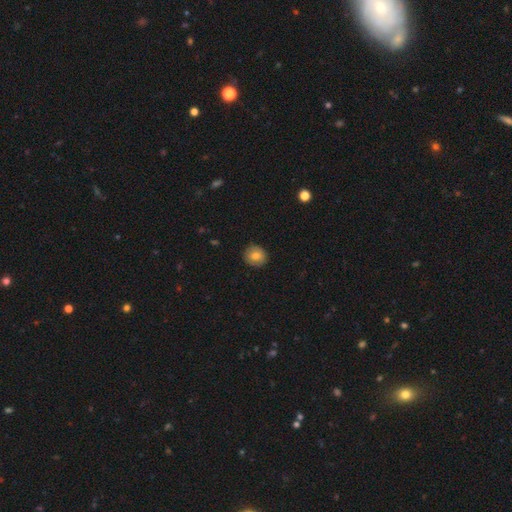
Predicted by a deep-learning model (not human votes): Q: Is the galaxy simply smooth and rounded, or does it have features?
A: smooth — 77%.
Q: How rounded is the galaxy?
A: round — 85%.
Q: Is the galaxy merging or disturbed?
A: none — 89%.